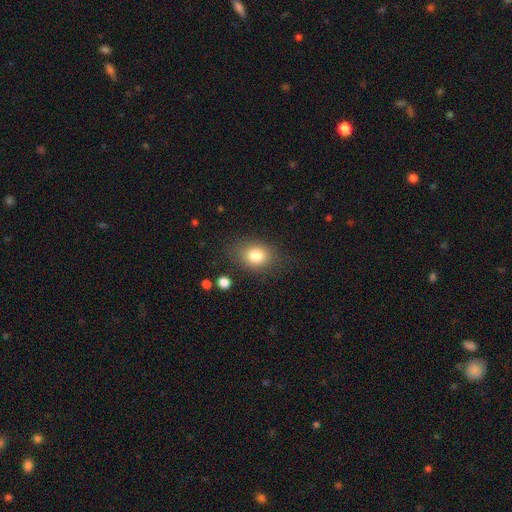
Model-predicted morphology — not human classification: Smooth or featured? smooth (80%)
How rounded? in between (59%)
Merging? none (77%)